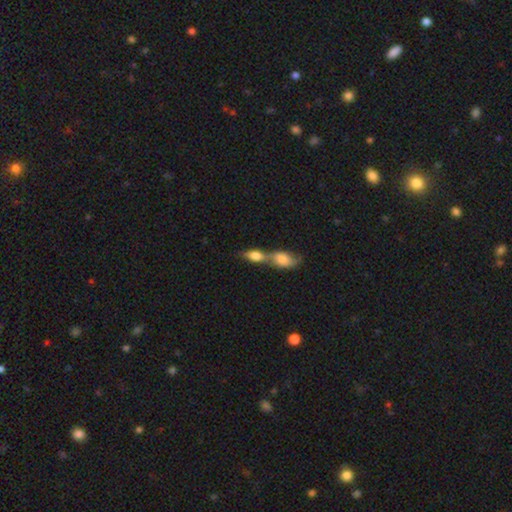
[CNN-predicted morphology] This is likely a smooth galaxy (72%). How rounded: likely in between (79%). Merging: likely merger (72%).